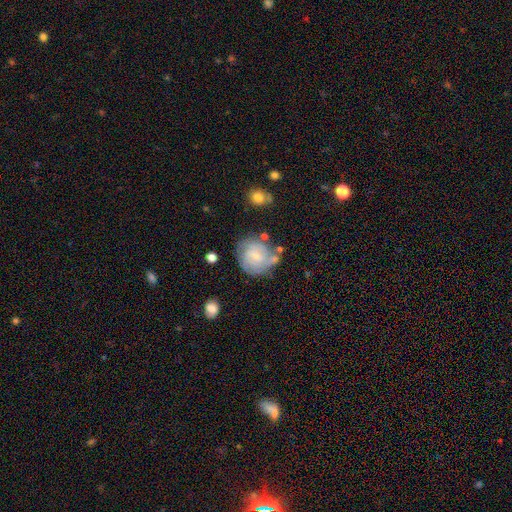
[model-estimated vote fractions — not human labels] A featured or disk galaxy (66%) with no bar (57%), tight (56%) spiral arms (88%) and a small central bulge (73%).

Vote fractions:
- Smooth or featured? featured or disk: 66% / smooth: 27% / star or artifact: 7%
- Edge-on disk? no: 98% / yes: 2%
- Bar? no: 57% / weak: 38% / strong: 5%
- Spiral arms? yes: 88% / no: 12%
- Spiral winding? tight: 56% / medium: 34% / loose: 10%
- Spiral arm count? can't tell: 35% / 2: 28% / 3: 21% / 4: 7% / 1: 5% / more than 4: 4%
- Bulge size? small: 73% / moderate: 19% / none: 6% / large: 1% / dominant: 1%
- Merging? none: 57% / minor disturbance: 23% / major disturbance: 10% / merger: 10%